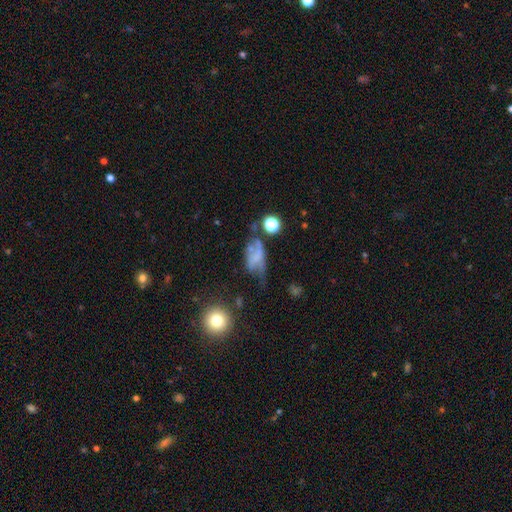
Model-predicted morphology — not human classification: Smooth or featured: featured or disk — 43% (smooth — 40%)
Merging: major disturbance — 34% (none — 29%)